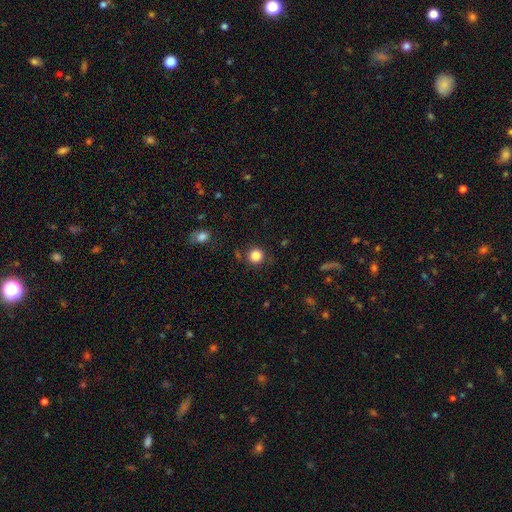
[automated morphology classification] A smooth galaxy with no disk features (85%) that is round (94%). Merging: none (86%).